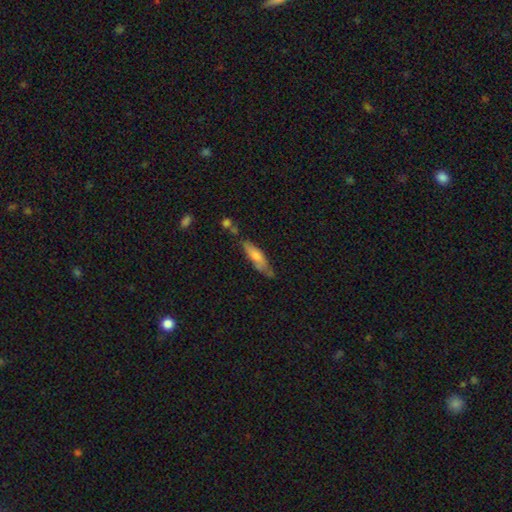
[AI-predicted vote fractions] Morphology: type=smooth (53%); roundness=cigar-shaped (67%); merging=none (65%).